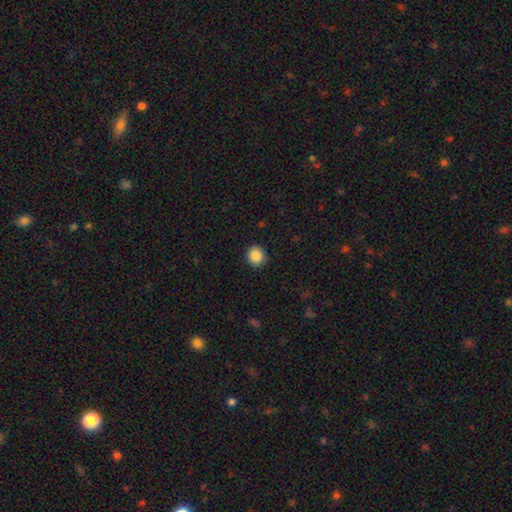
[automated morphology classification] This is clearly a smooth galaxy (87%). How rounded: clearly round (87%). Merging: clearly none (90%).